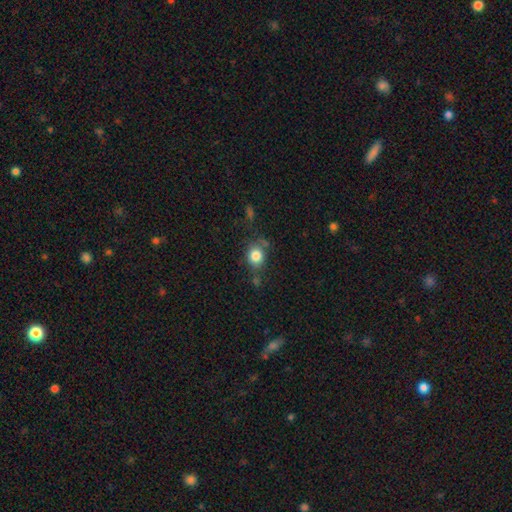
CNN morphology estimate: type=smooth (82%); roundness=round (71%); merging=none (67%).